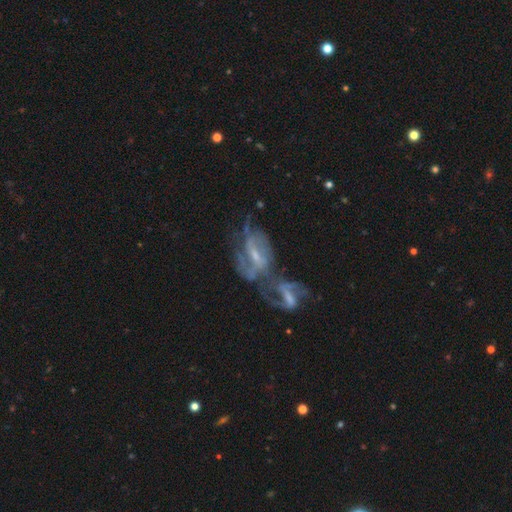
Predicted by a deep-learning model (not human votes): smooth_or_featured: featured or disk (p=0.79) [alt: smooth p=0.12]
disk_edge_on: no (p=0.95) [alt: yes p=0.05]
bar: weak (p=0.46) [alt: strong p=0.34]
has_spiral_arms: yes (p=0.83) [alt: no p=0.17]
spiral_winding: medium (p=0.44) [alt: loose p=0.29]
spiral_arm_count: 2 (p=0.56) [alt: can't tell p=0.27]
bulge_size: small (p=0.55) [alt: moderate p=0.31]
merging: merger (p=0.65) [alt: none p=0.15]